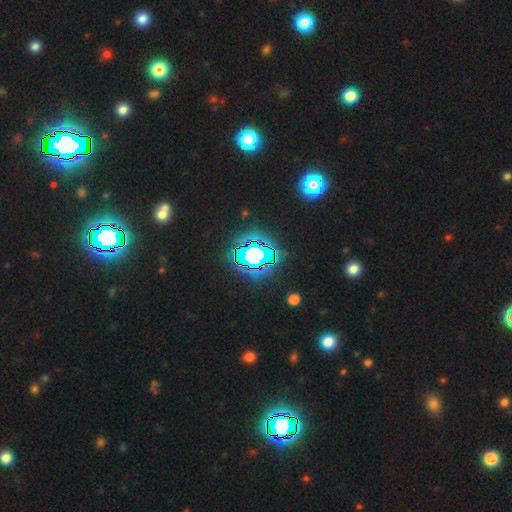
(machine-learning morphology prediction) Smooth or featured? Predicted: star or artifact (p=0.69).